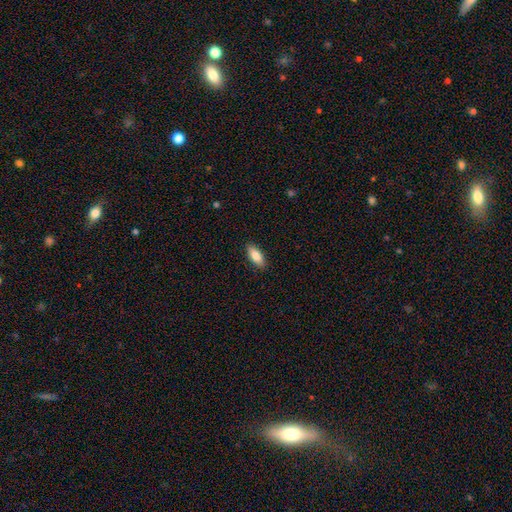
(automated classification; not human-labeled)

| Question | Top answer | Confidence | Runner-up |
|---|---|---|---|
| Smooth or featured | smooth | 85% | featured or disk (9%) |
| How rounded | in between | 81% | cigar-shaped (17%) |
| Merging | none | 89% | minor disturbance (8%) |